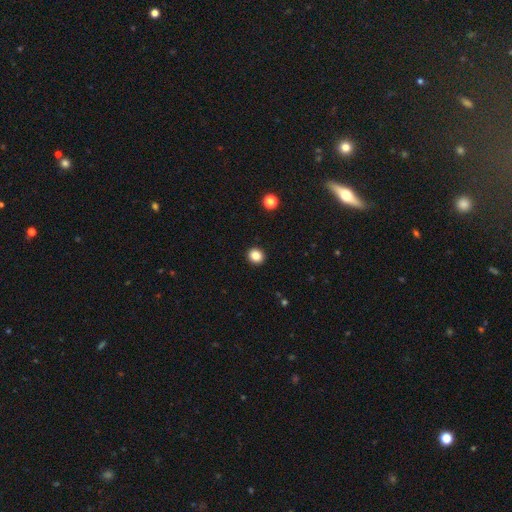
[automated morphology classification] Smooth or featured? smooth (85%)
How rounded? round (81%)
Merging? none (93%)